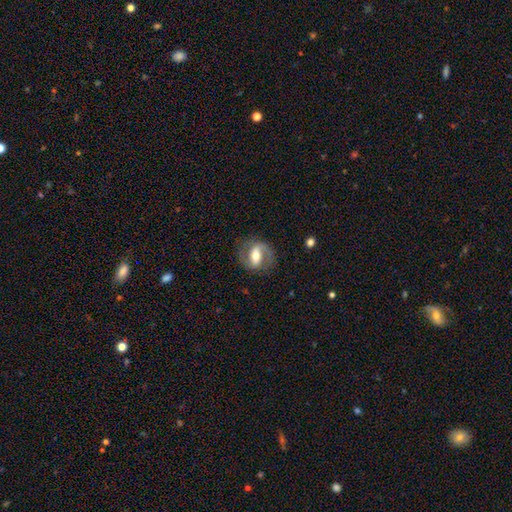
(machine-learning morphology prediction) The model was most divided on "bar": strong: 44%, weak: 37%, no: 19%. More confident: edge-on disk — no (96%); spiral arms — yes (86%); spiral arm count — 2 (82%); merging — none (77%); smooth or featured — featured or disk (74%); bulge size — moderate (66%); spiral winding — medium (50%).